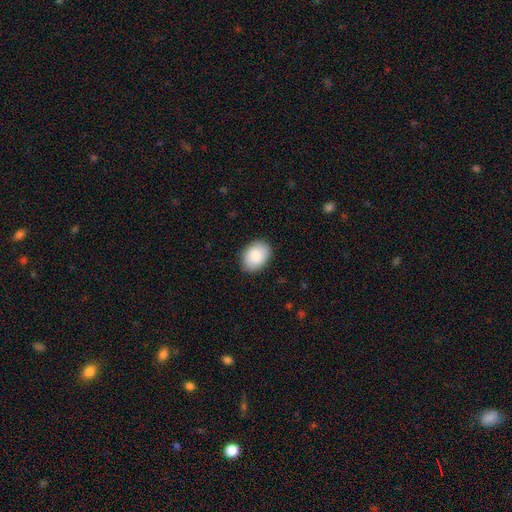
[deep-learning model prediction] smooth_or_featured: smooth (p=0.87) [alt: featured or disk p=0.06]
how_rounded: in between (p=0.76) [alt: round p=0.23]
merging: none (p=0.87) [alt: minor disturbance p=0.10]